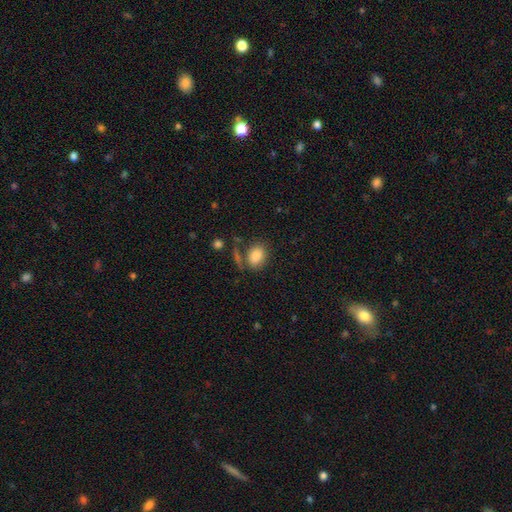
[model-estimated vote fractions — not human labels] Smooth or featured: smooth — 84% (star or artifact — 9%)
How rounded: in between — 72% (round — 27%)
Merging: none — 65% (minor disturbance — 16%)